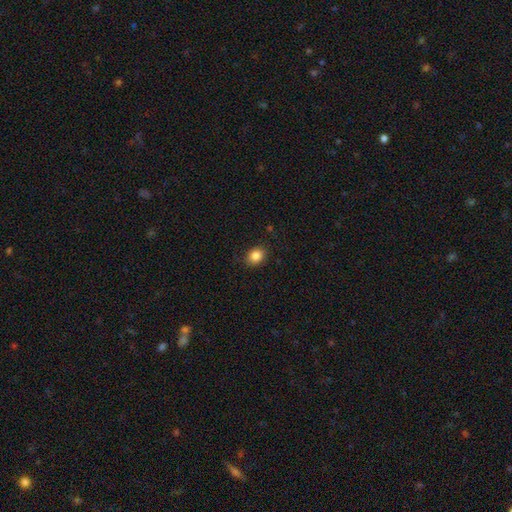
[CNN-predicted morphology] A smooth galaxy with no disk features (85%) that is round (50%). Merging: none (87%).